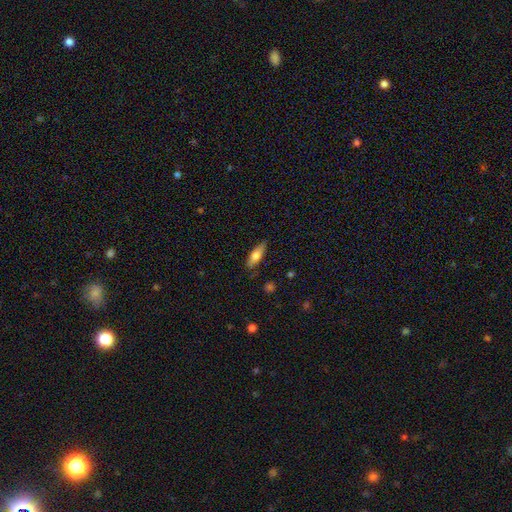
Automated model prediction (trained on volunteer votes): smooth-or-featured: smooth: 70% | featured or disk: 24% | star or artifact: 7%
  how-rounded: in between: 52% | cigar-shaped: 45% | round: 2%
  merging: none: 78% | minor disturbance: 17% | major disturbance: 3% | merger: 2%